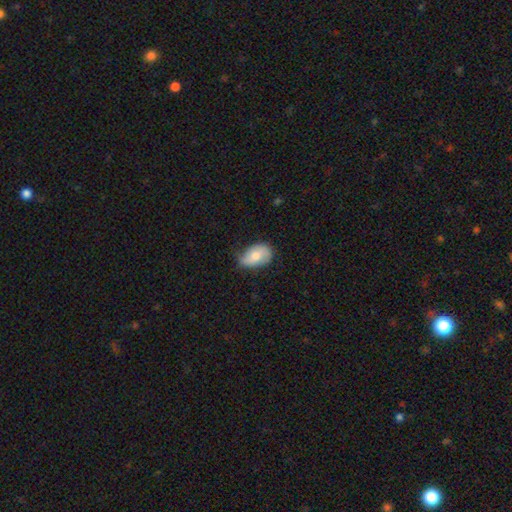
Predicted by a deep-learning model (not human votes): Q: Smooth or featured?
A: smooth (69%); runner-up: featured or disk (25%)
Q: How rounded?
A: in between (88%); runner-up: round (11%)
Q: Merging?
A: none (54%); runner-up: minor disturbance (37%)